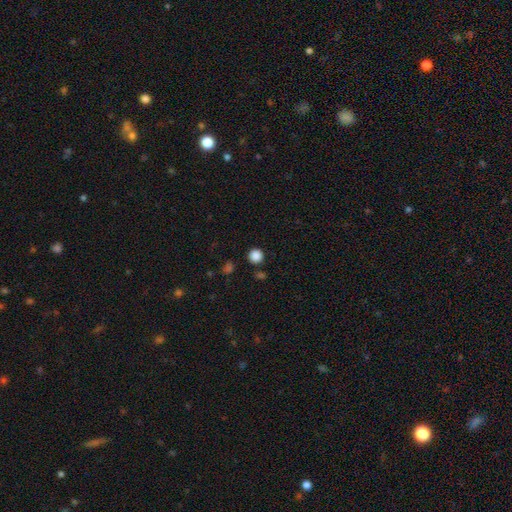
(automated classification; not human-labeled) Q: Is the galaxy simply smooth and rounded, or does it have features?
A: smooth — 86%.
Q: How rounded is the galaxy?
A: round — 95%.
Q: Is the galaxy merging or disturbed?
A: none — 89%.